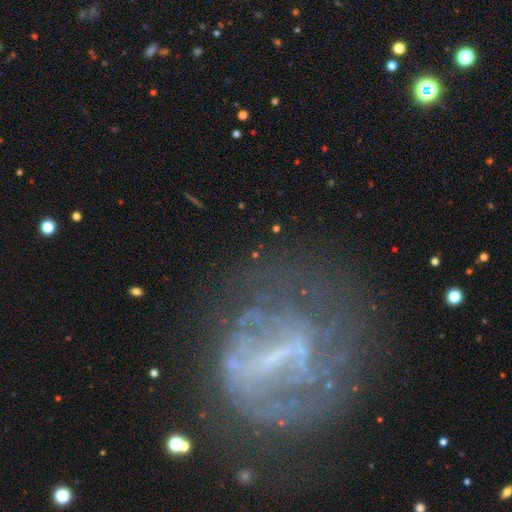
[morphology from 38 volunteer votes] Smooth or featured? featured or disk (74%)
Edge-on disk? no (96%)
Bar? weak (37%, tied with no)
Spiral arms? no (70%)
Bulge size? none (52%)
Merging? none (41%)